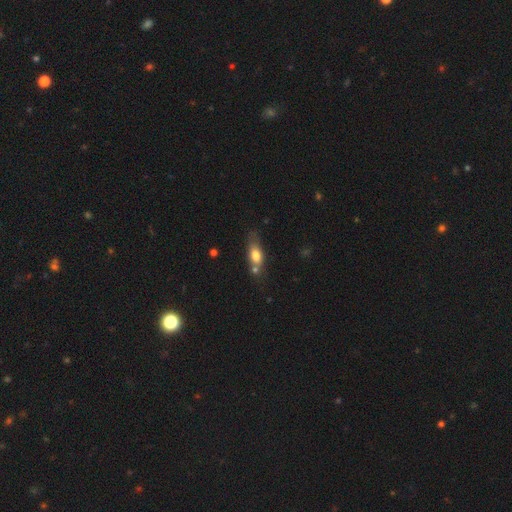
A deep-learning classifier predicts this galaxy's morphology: A smooth galaxy with no disk features (72%) that is in between round and cigar-shaped (75%). Merging: none (46%).